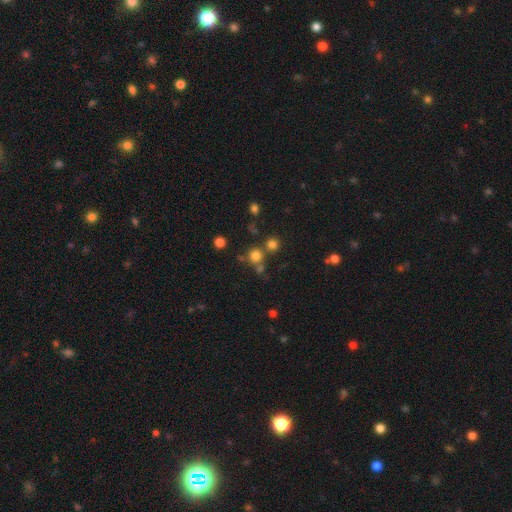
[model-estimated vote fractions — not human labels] Morphology: type=smooth (73%); roundness=round (92%); merging=none (67%).